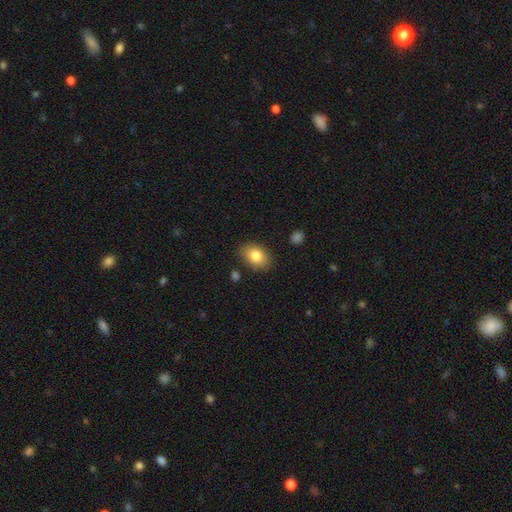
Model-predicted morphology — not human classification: Smooth or featured?
  - smooth: 82% *
  - featured or disk: 10%
  - star or artifact: 8%
How rounded?
  - in between: 82% *
  - round: 17%
  - cigar-shaped: 1%
Merging?
  - none: 85% *
  - minor disturbance: 11%
  - major disturbance: 3%
  - merger: 2%